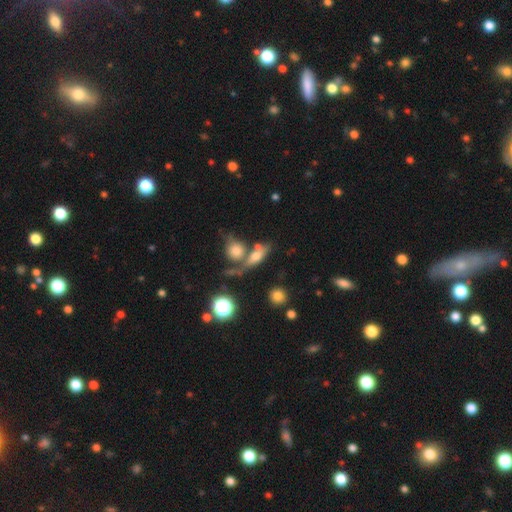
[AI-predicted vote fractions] This appears to be a smooth galaxy with no disk features (56%) that is in between round and cigar-shaped (52%). Merging: none (46%).